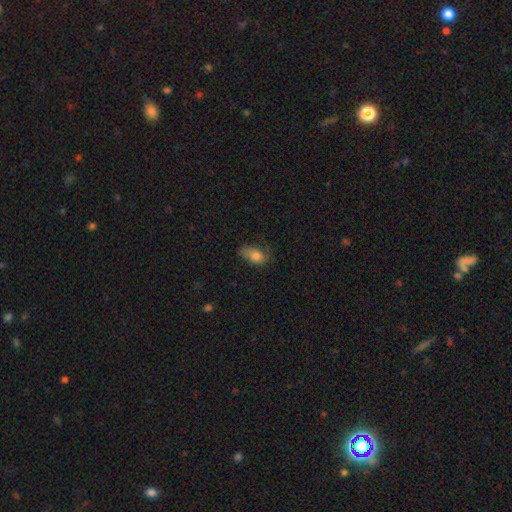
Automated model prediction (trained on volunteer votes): Smooth or featured? smooth (76%)
How rounded? in between (86%)
Merging? none (45%)